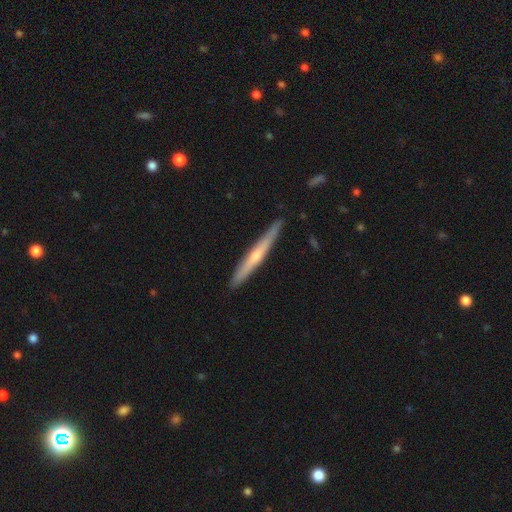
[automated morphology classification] This is likely a featured or disk galaxy (64%). It is clearly viewed edge-on (95%). Edge-on bulge: likely rounded (72%). Merging: clearly none (88%).